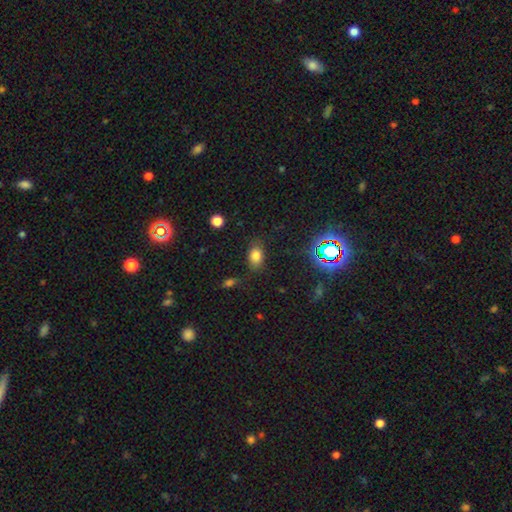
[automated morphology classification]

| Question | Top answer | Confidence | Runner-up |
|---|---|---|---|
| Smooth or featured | smooth | 76% | star or artifact (15%) |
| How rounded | in between | 82% | round (16%) |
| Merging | none | 78% | minor disturbance (15%) |